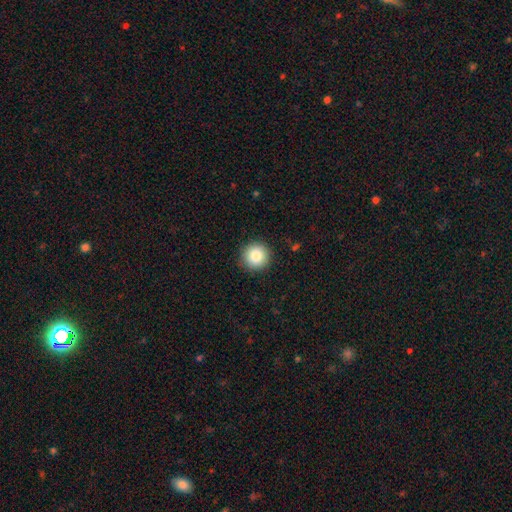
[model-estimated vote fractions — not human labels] Smooth or featured? Predicted: smooth (p=0.85). How rounded? Predicted: round (p=0.95). Merging? Predicted: none (p=0.91).